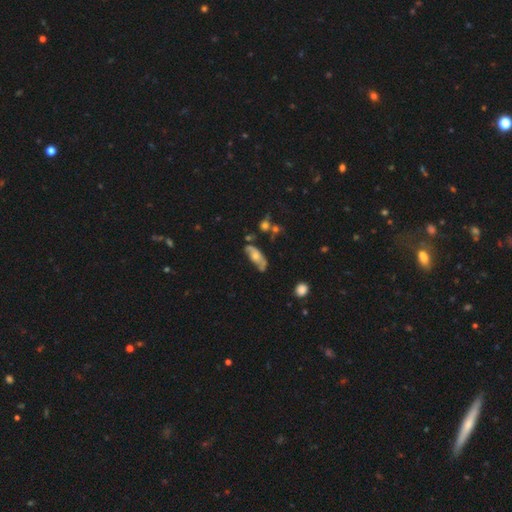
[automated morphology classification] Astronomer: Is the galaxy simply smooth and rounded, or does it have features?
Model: smooth — 46% (runner-up: featured or disk, 45%).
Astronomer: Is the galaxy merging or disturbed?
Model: none — 39% (runner-up: minor disturbance, 32%).